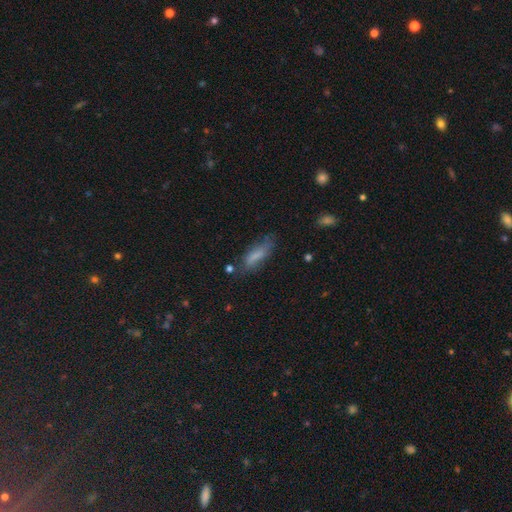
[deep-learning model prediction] Smooth or featured? smooth (70%)
How rounded? cigar-shaped (51%)
Merging? none (59%)